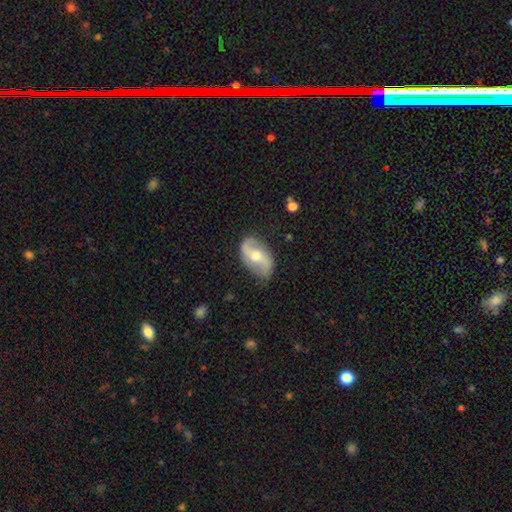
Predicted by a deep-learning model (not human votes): Smooth or featured?
  - featured or disk: 77% *
  - smooth: 18%
  - star or artifact: 5%
Edge-on disk?
  - no: 96% *
  - yes: 4%
Bar?
  - weak: 44% *
  - no: 39%
  - strong: 17%
Spiral arms?
  - yes: 90% *
  - no: 10%
Spiral winding?
  - loose: 60% *
  - medium: 31%
  - tight: 9%
Spiral arm count?
  - 2: 91% *
  - can't tell: 4%
  - 1: 2%
  - 3: 1%
  - 4: 1%
  - more than 4: 1%
Bulge size?
  - moderate: 69% *
  - small: 20%
  - large: 8%
  - none: 2%
  - dominant: 1%
Merging?
  - none: 76% *
  - minor disturbance: 17%
  - major disturbance: 5%
  - merger: 1%